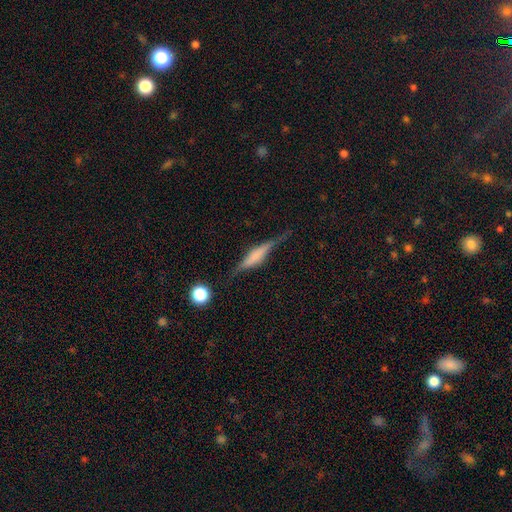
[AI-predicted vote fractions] Q: Smooth or featured?
A: featured or disk (66%); runner-up: smooth (26%)
Q: Edge-on disk?
A: yes (96%); runner-up: no (4%)
Q: Edge-on bulge?
A: boxy (44%); runner-up: rounded (43%)
Q: Merging?
A: none (77%); runner-up: minor disturbance (16%)